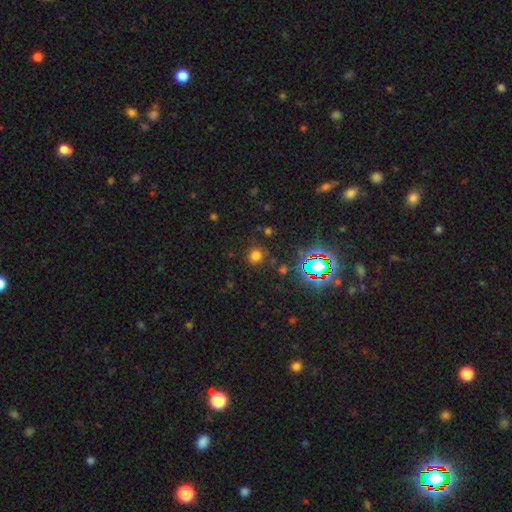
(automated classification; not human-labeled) This is likely a smooth galaxy (69%). How rounded: clearly round (86%). Merging: clearly none (83%).